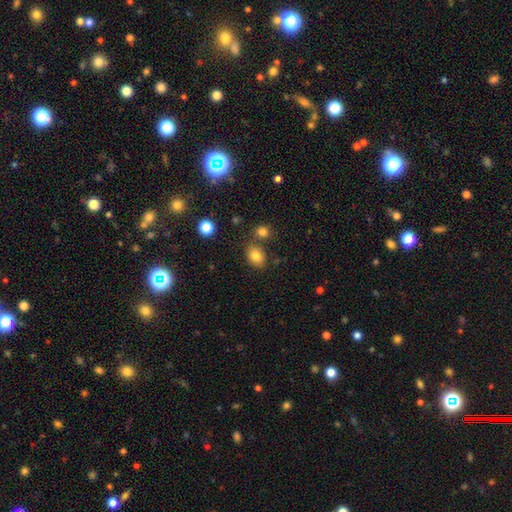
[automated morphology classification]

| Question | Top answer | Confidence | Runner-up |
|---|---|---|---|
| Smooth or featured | smooth | 82% | star or artifact (11%) |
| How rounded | in between | 58% | round (41%) |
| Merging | none | 74% | merger (12%) |